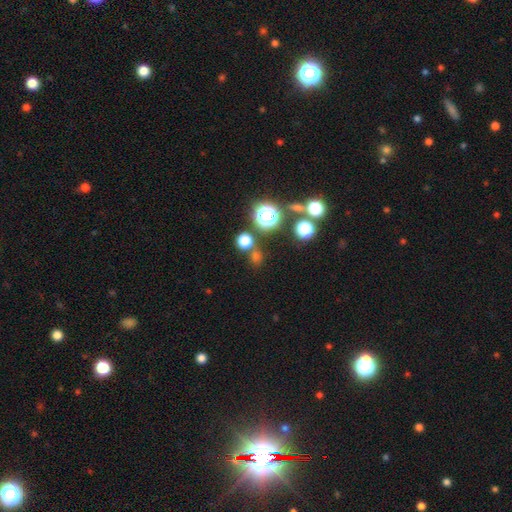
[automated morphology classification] This appears to be a smooth galaxy with no disk features (52%) that is round (87%). Merging: none (75%).